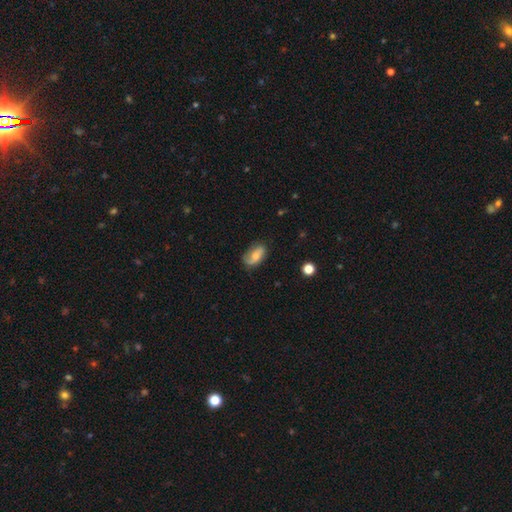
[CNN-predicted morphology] Smooth or featured: smooth — 58% (featured or disk — 34%)
How rounded: in between — 90% (round — 6%)
Merging: none — 62% (minor disturbance — 28%)